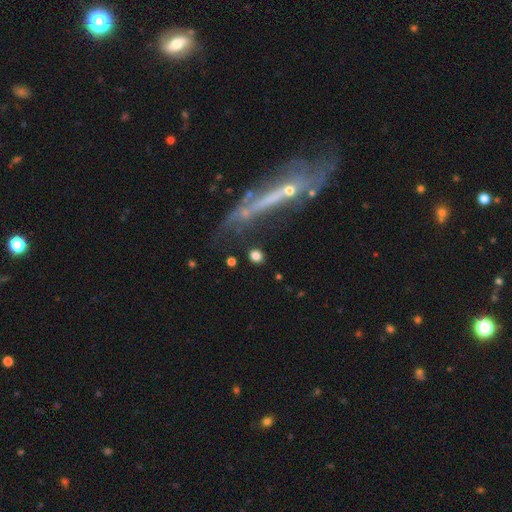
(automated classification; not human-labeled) The model was most divided on "how rounded": round: 75%, in between: 19%, cigar-shaped: 7%. More confident: merging — none (82%); smooth or featured — smooth (79%).